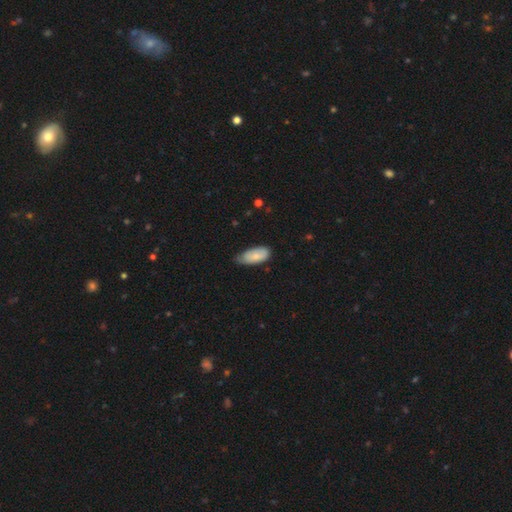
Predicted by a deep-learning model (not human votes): Smooth or featured: smooth — 78% (featured or disk — 16%)
How rounded: in between — 89% (cigar-shaped — 9%)
Merging: none — 48% (minor disturbance — 43%)